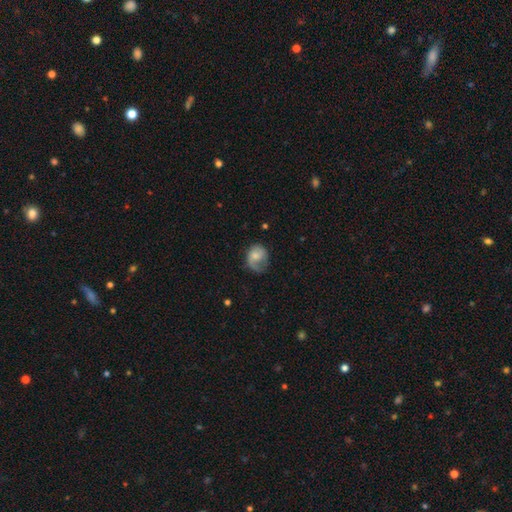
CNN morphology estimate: smooth-or-featured: smooth: 54% | featured or disk: 39% | star or artifact: 7%
  how-rounded: round: 50% | in between: 49% | cigar-shaped: 1%
  merging: none: 37% | major disturbance: 31% | minor disturbance: 30% | merger: 2%